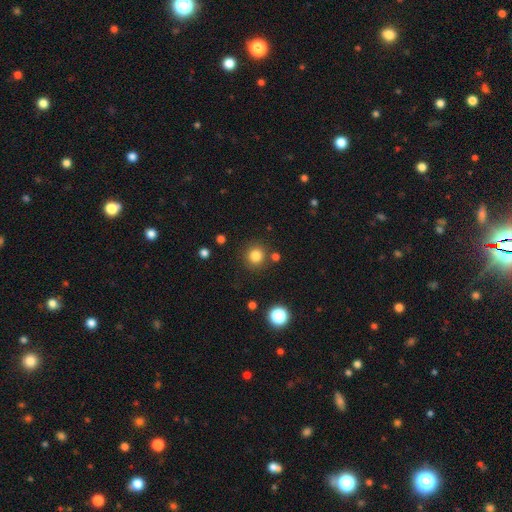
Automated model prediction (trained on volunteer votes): smooth 81%, star or artifact 13%, featured or disk 5%. Down the decision tree: how rounded — round (93%); merging — none (85%).